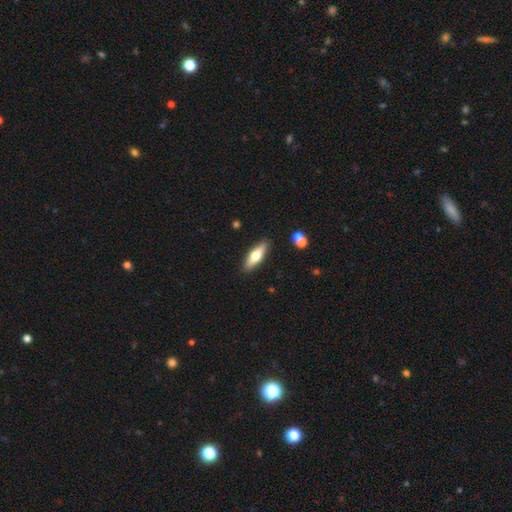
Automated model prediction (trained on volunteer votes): This is possibly a smooth galaxy (54%). How rounded: possibly cigar-shaped (56%). Merging: clearly none (88%).